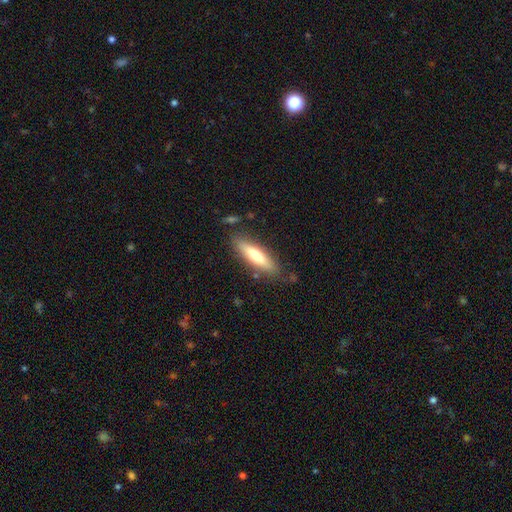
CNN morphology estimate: A smooth galaxy with no disk features (65%) that is cigar-shaped (67%).

Vote fractions:
- Smooth or featured? smooth: 65% / featured or disk: 29% / star or artifact: 6%
- How rounded? cigar-shaped: 67% / in between: 32% / round: 2%
- Merging? none: 80% / minor disturbance: 14% / major disturbance: 3% / merger: 3%